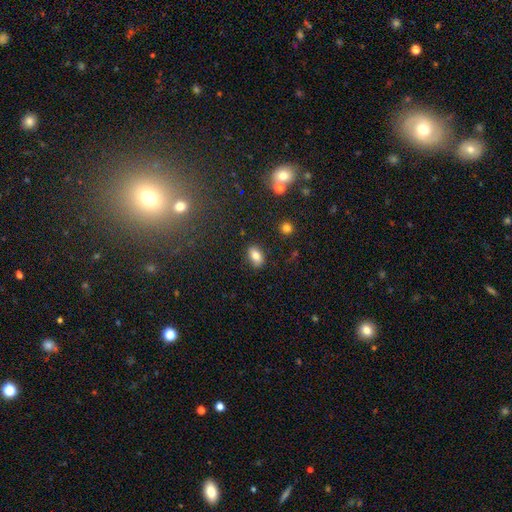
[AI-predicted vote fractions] Q: Smooth or featured?
A: smooth (81%); runner-up: star or artifact (10%)
Q: How rounded?
A: in between (87%); runner-up: round (11%)
Q: Merging?
A: none (85%); runner-up: minor disturbance (11%)